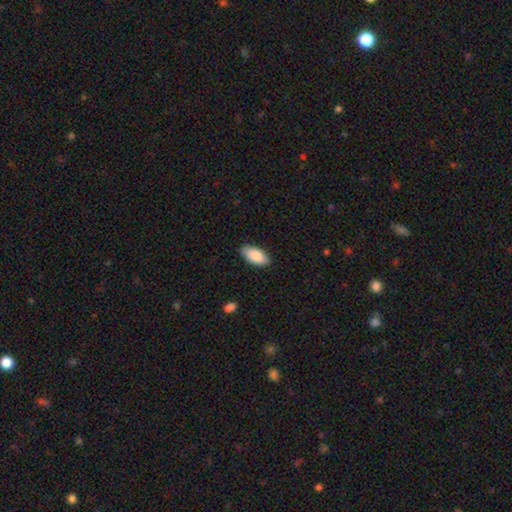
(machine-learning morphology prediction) Q: Smooth or featured?
A: smooth (89%); runner-up: star or artifact (6%)
Q: How rounded?
A: in between (93%); runner-up: cigar-shaped (5%)
Q: Merging?
A: none (86%); runner-up: minor disturbance (11%)